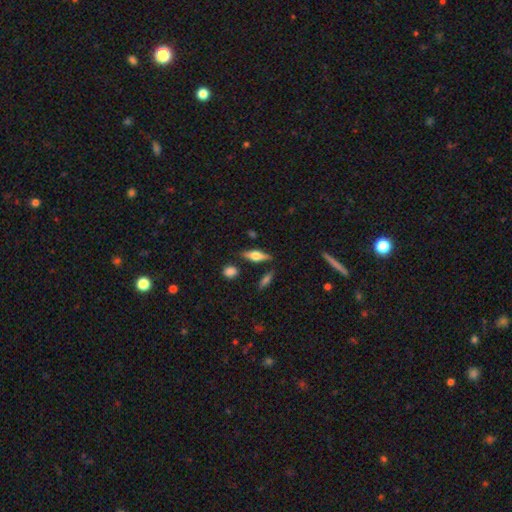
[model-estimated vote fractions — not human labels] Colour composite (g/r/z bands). It shows a featured or disk galaxy (61%) viewed edge-on (95%) with a rounded central bulge (91%). Merging: none (82%).